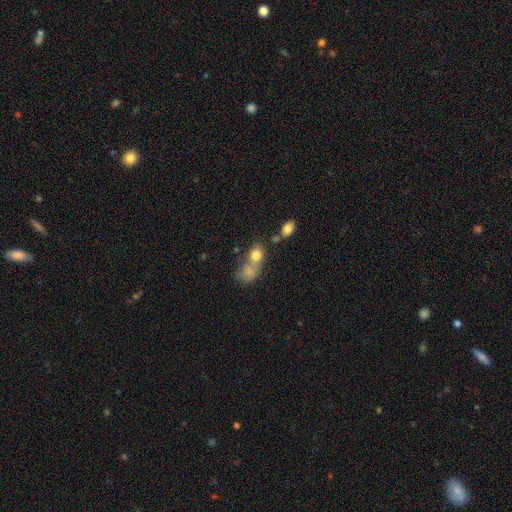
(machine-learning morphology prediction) This appears to be a smooth galaxy with no disk features (77%) that is round (56%). Merging: merger (54%).